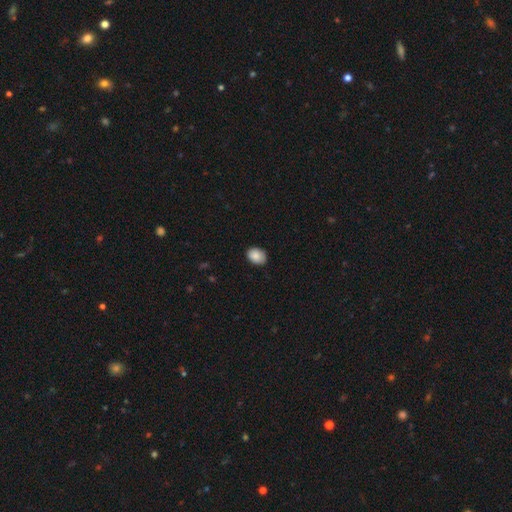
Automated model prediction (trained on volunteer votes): This appears to be a smooth galaxy with no disk features (88%) that is in between round and cigar-shaped (66%). Merging: none (84%).